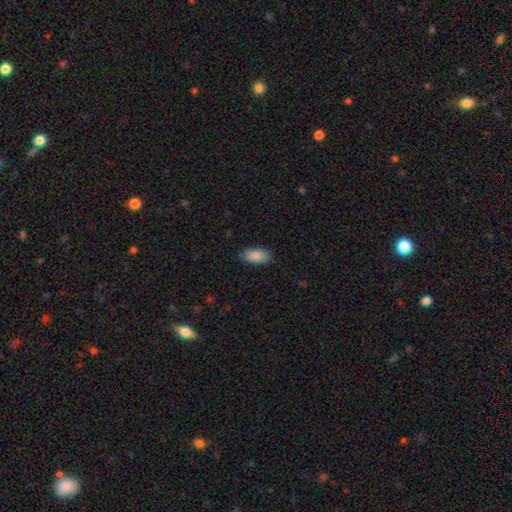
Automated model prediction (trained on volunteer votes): Smooth or featured?
  - smooth: 90% *
  - star or artifact: 6%
  - featured or disk: 4%
How rounded?
  - in between: 92% *
  - cigar-shaped: 6%
  - round: 2%
Merging?
  - none: 86% *
  - minor disturbance: 10%
  - major disturbance: 2%
  - merger: 1%